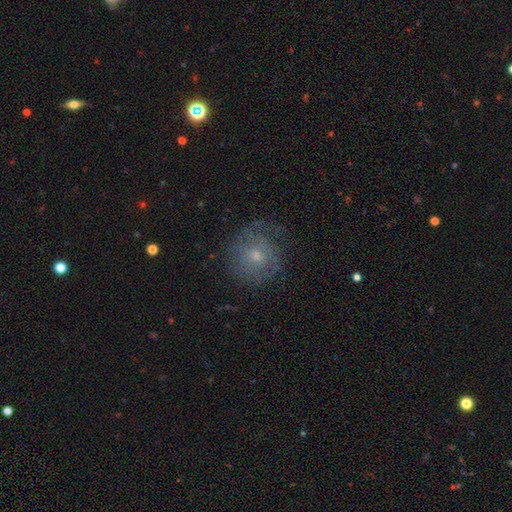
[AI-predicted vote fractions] smooth_or_featured: featured or disk (p=0.50) [alt: smooth p=0.38]
disk_edge_on: no (p=0.96) [alt: yes p=0.04]
merging: none (p=0.66) [alt: minor disturbance p=0.20]